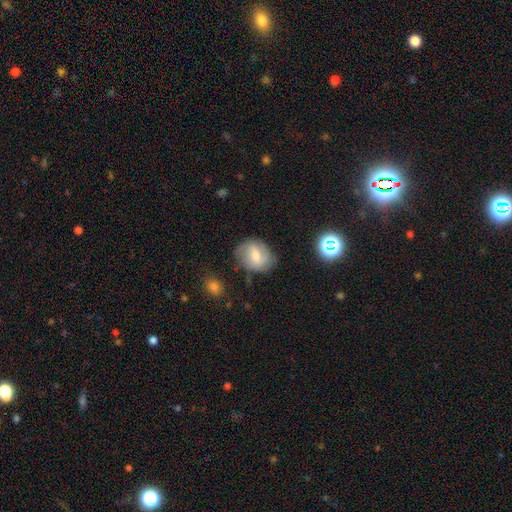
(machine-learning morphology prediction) Overall: smooth (50%; featured or disk 41%). Merging: none (68%).